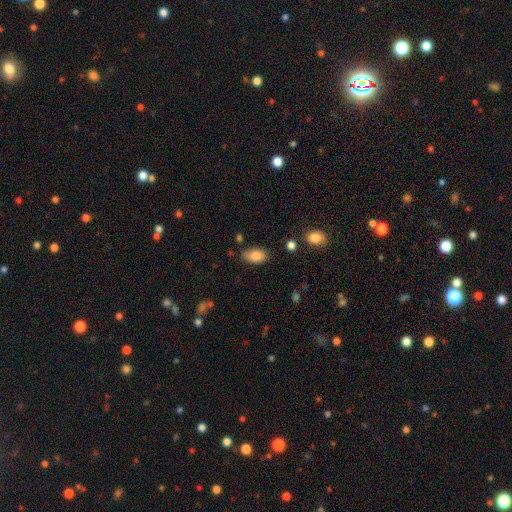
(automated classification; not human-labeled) Smooth or featured: smooth — 87% (star or artifact — 7%)
How rounded: in between — 93% (round — 5%)
Merging: none — 76% (minor disturbance — 17%)